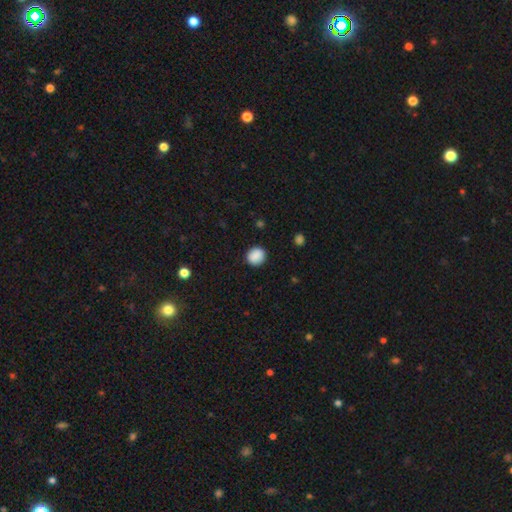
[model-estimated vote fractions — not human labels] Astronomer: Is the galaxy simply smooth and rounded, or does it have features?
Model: smooth — 89%.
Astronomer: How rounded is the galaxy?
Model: round — 83%.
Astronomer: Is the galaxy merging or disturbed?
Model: none — 90%.